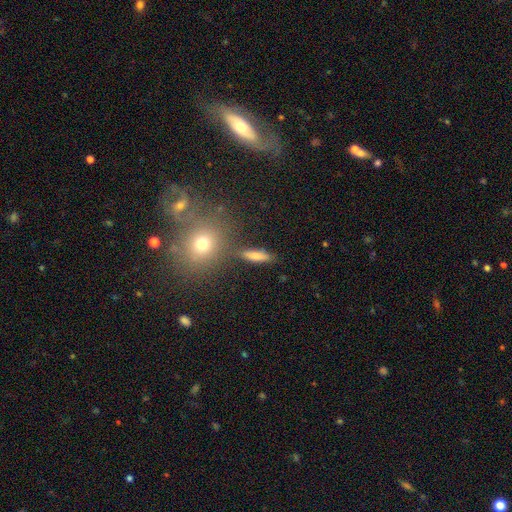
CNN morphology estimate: Q: Smooth or featured?
A: smooth (72%); runner-up: featured or disk (17%)
Q: How rounded?
A: cigar-shaped (61%); runner-up: in between (32%)
Q: Merging?
A: none (80%); runner-up: minor disturbance (11%)